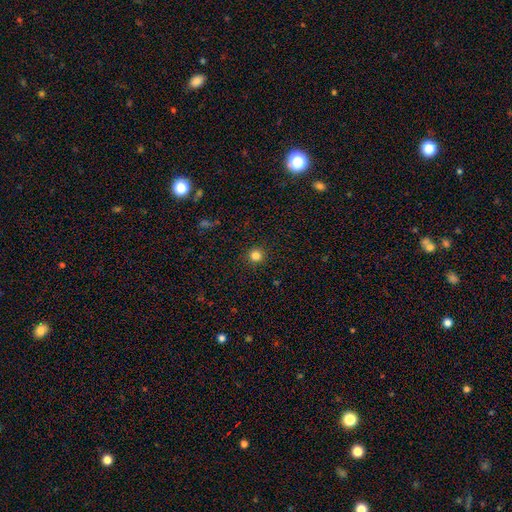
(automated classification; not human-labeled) Overall: smooth (82%). How rounded: round (95%). Merging: none (92%).